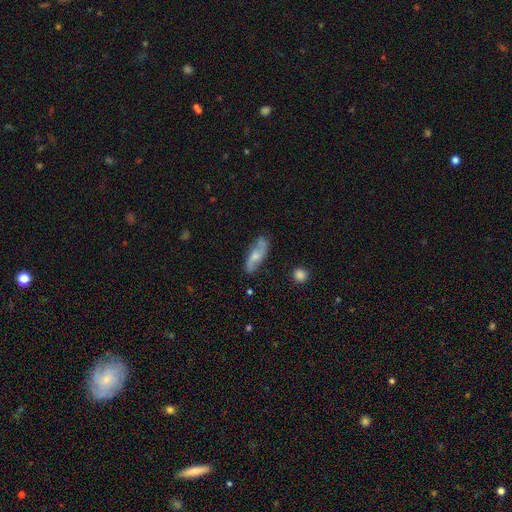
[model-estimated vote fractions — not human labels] Smooth or featured? featured or disk (58%)
Edge-on disk? no (84%)
Merging? none (72%)